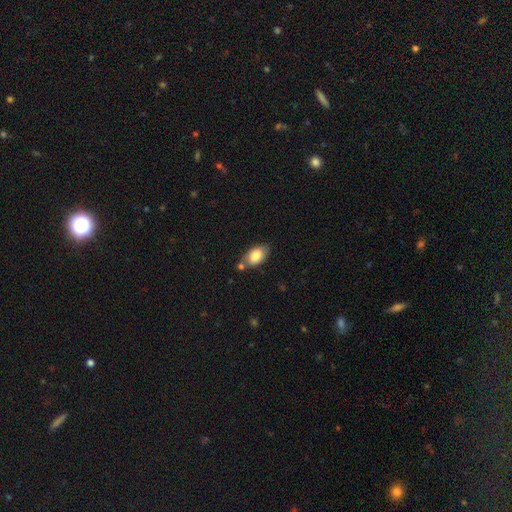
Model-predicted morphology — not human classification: Overall: smooth (80%). How rounded: in between (91%). Merging: none (61%).